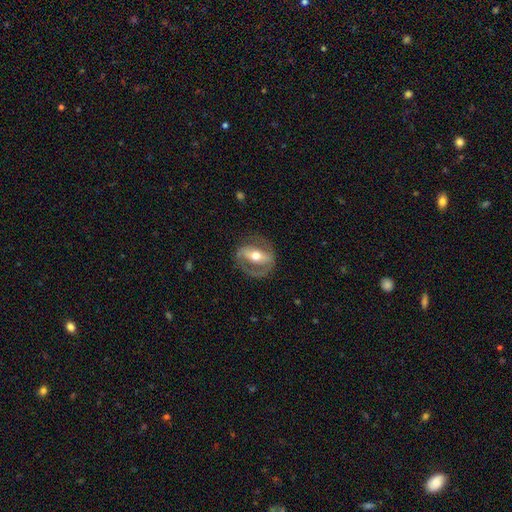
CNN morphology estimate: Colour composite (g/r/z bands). It shows a featured or disk galaxy (76%) with a strong bar (59%), spiral arms (66%) and a moderate central bulge (73%). Merging: none (73%).